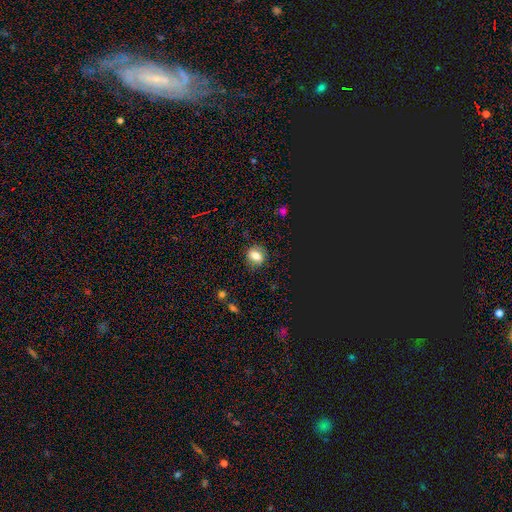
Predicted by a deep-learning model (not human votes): This is likely a smooth galaxy (74%). How rounded: possibly round (50%). Merging: clearly none (83%).